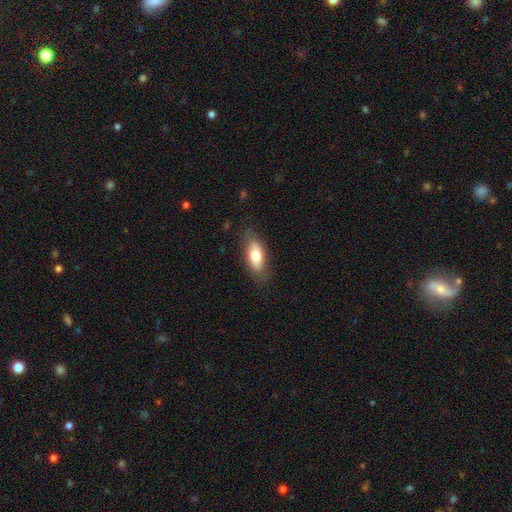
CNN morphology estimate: A smooth galaxy with no disk features (74%) that is in between round and cigar-shaped (82%).

Vote fractions:
- Smooth or featured? smooth: 74% / featured or disk: 20% / star or artifact: 6%
- How rounded? in between: 82% / cigar-shaped: 15% / round: 3%
- Merging? none: 81% / minor disturbance: 14% / major disturbance: 4% / merger: 1%